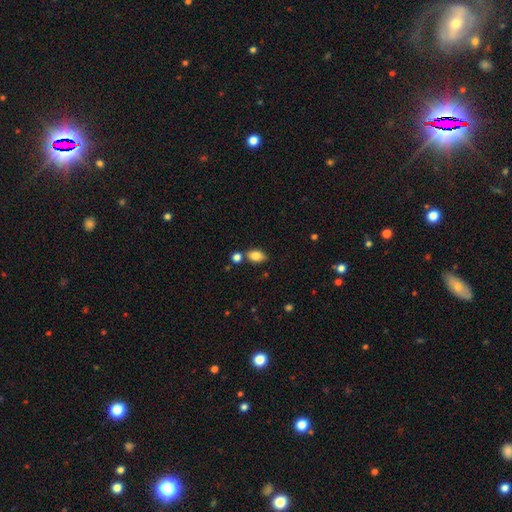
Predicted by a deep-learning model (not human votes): A smooth galaxy with no disk features (83%) that is in between round and cigar-shaped (87%).

Vote fractions:
- Smooth or featured? smooth: 83% / star or artifact: 9% / featured or disk: 8%
- How rounded? in between: 87% / round: 11% / cigar-shaped: 2%
- Merging? none: 70% / merger: 14% / minor disturbance: 12% / major disturbance: 3%